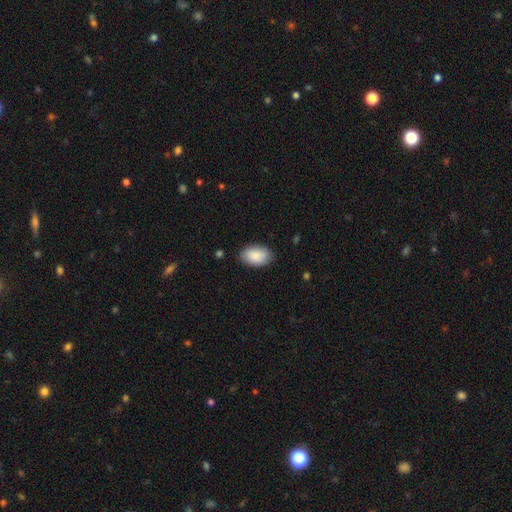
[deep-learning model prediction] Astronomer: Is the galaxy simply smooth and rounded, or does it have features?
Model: smooth — 89%.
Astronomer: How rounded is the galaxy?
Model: in between — 93%.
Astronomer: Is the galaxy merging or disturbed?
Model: none — 85%.